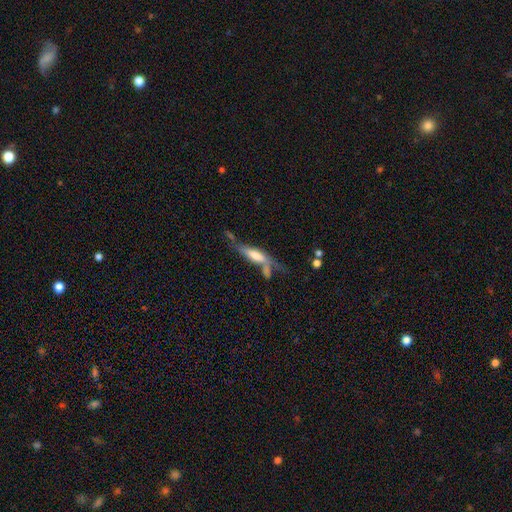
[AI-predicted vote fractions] smooth-or-featured: featured or disk: 52% | smooth: 40% | star or artifact: 8%
  disk-edge-on: yes: 72% | no: 28%
  merging: none: 38% | merger: 23% | minor disturbance: 22% | major disturbance: 17%